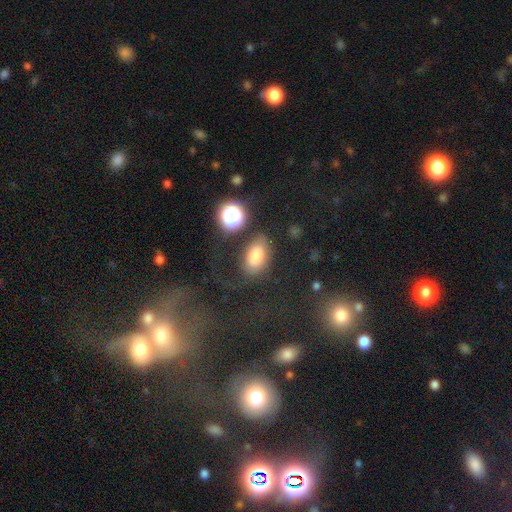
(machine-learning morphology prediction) Smooth or featured? Predicted: smooth (p=0.75). How rounded? Predicted: in between (p=0.88). Merging? Predicted: none (p=0.67).